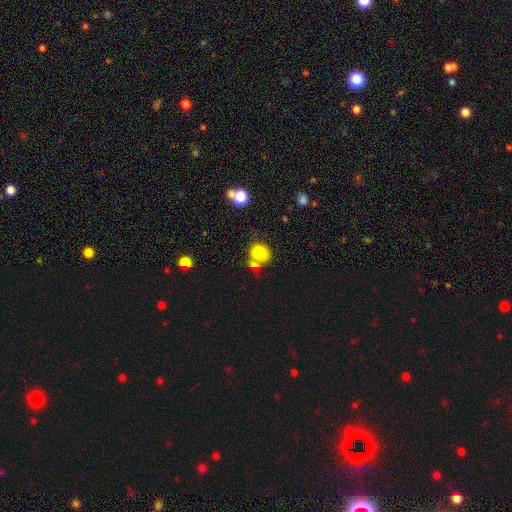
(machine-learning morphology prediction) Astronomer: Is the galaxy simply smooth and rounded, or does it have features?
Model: smooth — 71%.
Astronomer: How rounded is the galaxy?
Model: round — 77%.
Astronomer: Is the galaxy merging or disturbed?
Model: none — 60%.